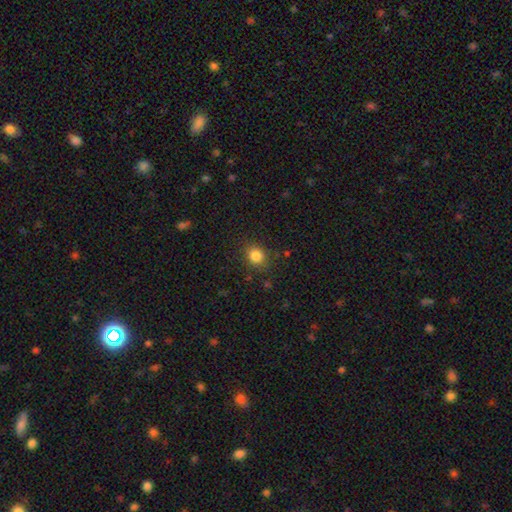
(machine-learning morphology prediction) Smooth or featured? Predicted: smooth (p=0.84). How rounded? Predicted: round (p=0.66). Merging? Predicted: none (p=0.84).